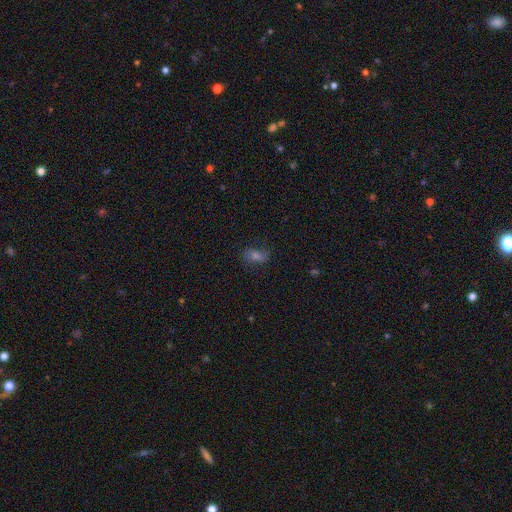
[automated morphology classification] smooth-or-featured: smooth: 52% | featured or disk: 27% | star or artifact: 21%
  how-rounded: in between: 76% | round: 19% | cigar-shaped: 4%
  merging: none: 72% | minor disturbance: 18% | major disturbance: 8% | merger: 2%